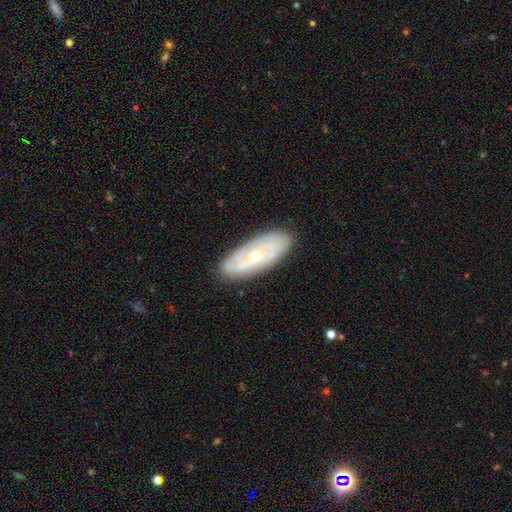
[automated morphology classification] Overall: featured or disk (71%). Edge-on disk: no (85%). Bar: no (72%). Spiral arms: yes (72%). Bulge size: small (58%; moderate 39%). Merging: none (82%).